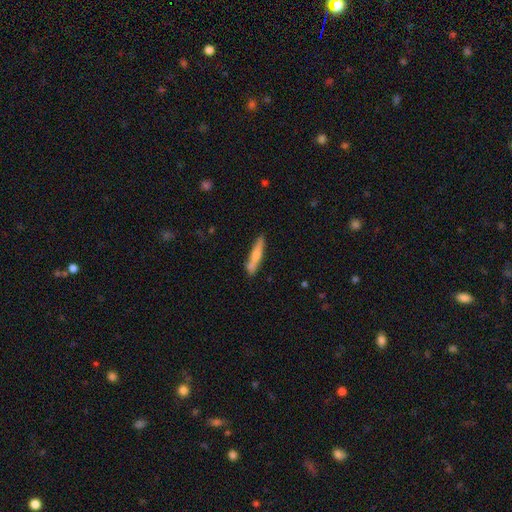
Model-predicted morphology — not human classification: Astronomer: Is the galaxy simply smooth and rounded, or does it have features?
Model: smooth — 64%.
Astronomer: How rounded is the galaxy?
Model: cigar-shaped — 90%.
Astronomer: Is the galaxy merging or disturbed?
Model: none — 78%.